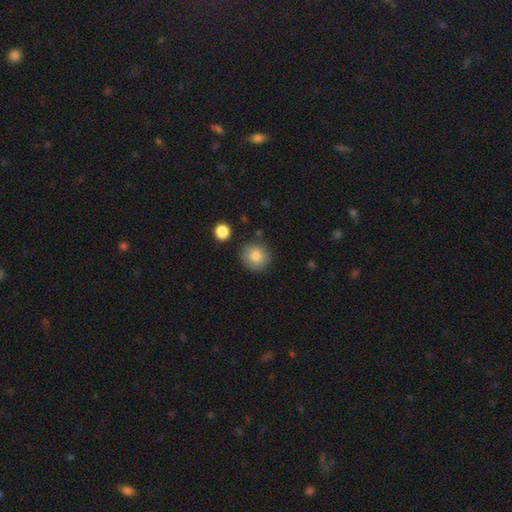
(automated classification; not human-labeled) Smooth or featured?
  - smooth: 85% *
  - star or artifact: 8%
  - featured or disk: 7%
How rounded?
  - round: 90% *
  - in between: 9%
  - cigar-shaped: 1%
Merging?
  - none: 83% *
  - minor disturbance: 11%
  - merger: 3%
  - major disturbance: 3%